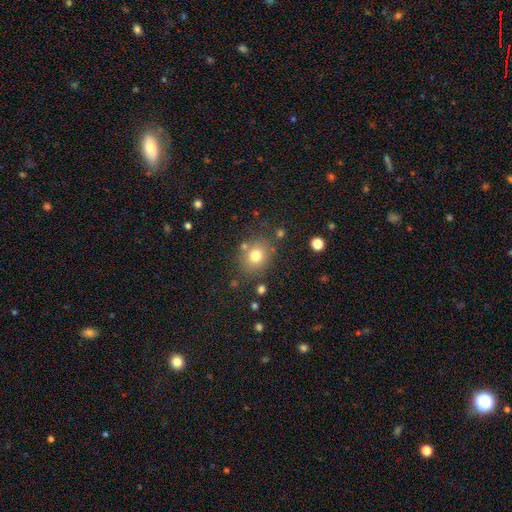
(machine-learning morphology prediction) Q: Smooth or featured?
A: smooth (76%); runner-up: star or artifact (13%)
Q: How rounded?
A: round (69%); runner-up: in between (30%)
Q: Merging?
A: none (78%); runner-up: minor disturbance (12%)